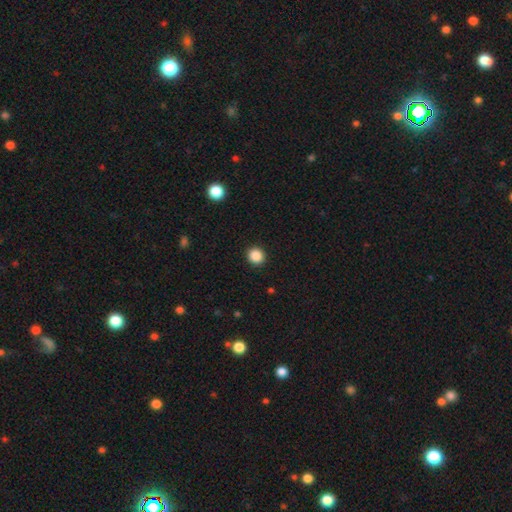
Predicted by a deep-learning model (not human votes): A smooth galaxy with no disk features (88%) that is round (89%). Merging: none (92%).